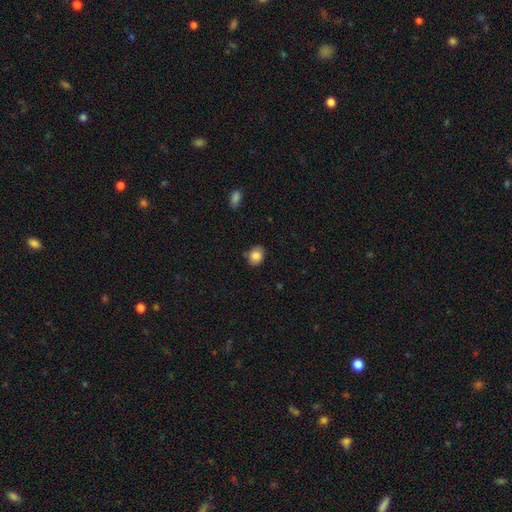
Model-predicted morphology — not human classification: The model was most divided on "how rounded": round: 57%, in between: 42%, cigar-shaped: 1%. More confident: smooth or featured — smooth (84%); merging — none (79%).